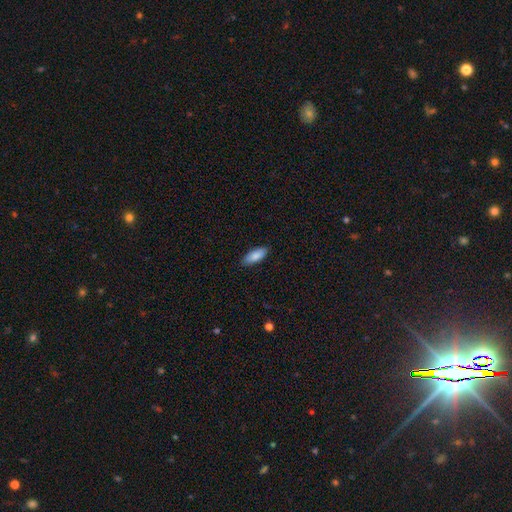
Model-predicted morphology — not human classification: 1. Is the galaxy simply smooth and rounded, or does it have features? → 87% smooth, 7% featured or disk, 6% star or artifact.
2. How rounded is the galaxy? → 77% in between, 22% cigar-shaped, 2% round.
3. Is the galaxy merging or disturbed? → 86% none, 11% minor disturbance, 2% major disturbance, 1% merger.